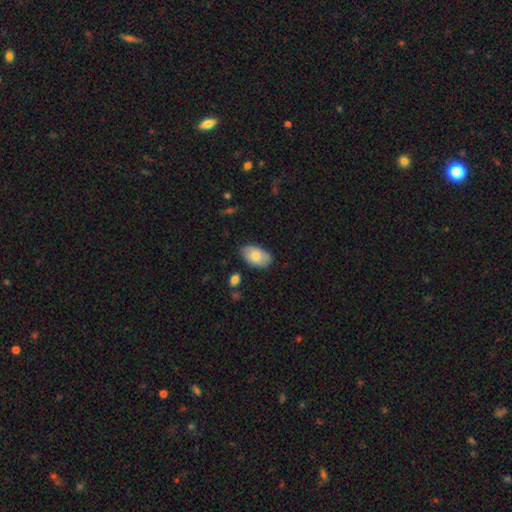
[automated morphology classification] The model was most divided on "merging": none: 75%, minor disturbance: 20%, major disturbance: 3%, merger: 2%. More confident: how rounded — in between (92%); smooth or featured — smooth (77%).